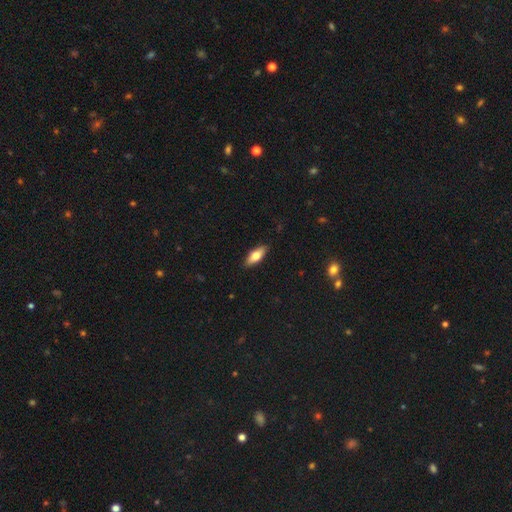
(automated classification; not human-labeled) A smooth galaxy with no disk features (72%) that is in between round and cigar-shaped (71%).

Vote fractions:
- Smooth or featured? smooth: 72% / featured or disk: 22% / star or artifact: 6%
- How rounded? in between: 71% / cigar-shaped: 26% / round: 2%
- Merging? none: 89% / minor disturbance: 9% / major disturbance: 2% / merger: 1%